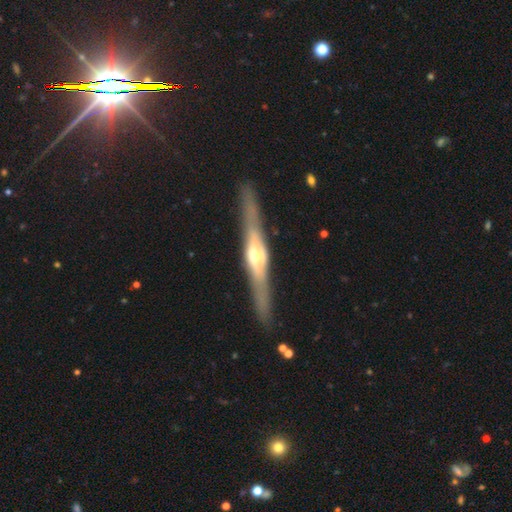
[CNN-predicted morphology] Overall: featured or disk (78%). Edge-on disk: yes (96%). Edge-on bulge: rounded (84%). Merging: none (89%).